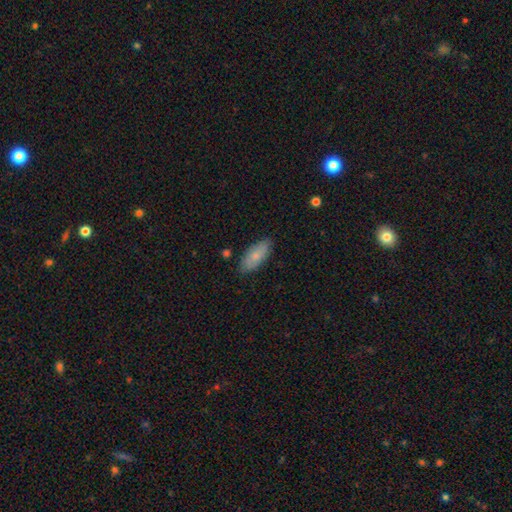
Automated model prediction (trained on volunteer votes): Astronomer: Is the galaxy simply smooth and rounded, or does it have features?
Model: smooth — 77%.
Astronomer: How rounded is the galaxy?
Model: in between — 84%.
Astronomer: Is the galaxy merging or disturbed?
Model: none — 83%.